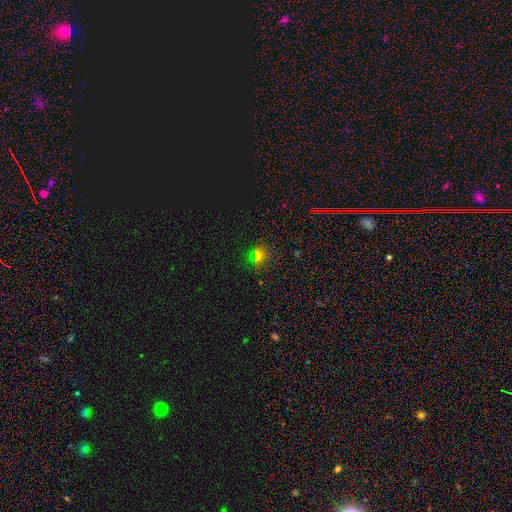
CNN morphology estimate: Smooth or featured?
  - smooth: 52% *
  - star or artifact: 40%
  - featured or disk: 8%
How rounded?
  - round: 80% *
  - in between: 18%
  - cigar-shaped: 2%
Merging?
  - none: 84% *
  - minor disturbance: 10%
  - major disturbance: 4%
  - merger: 2%